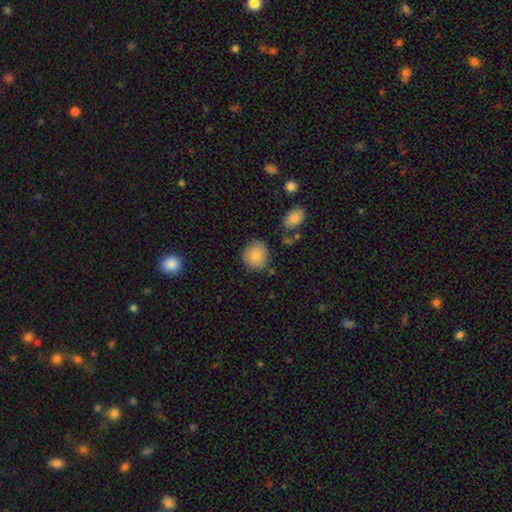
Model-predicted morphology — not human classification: A smooth galaxy with no disk features (83%) that is round (86%). Merging: none (79%).